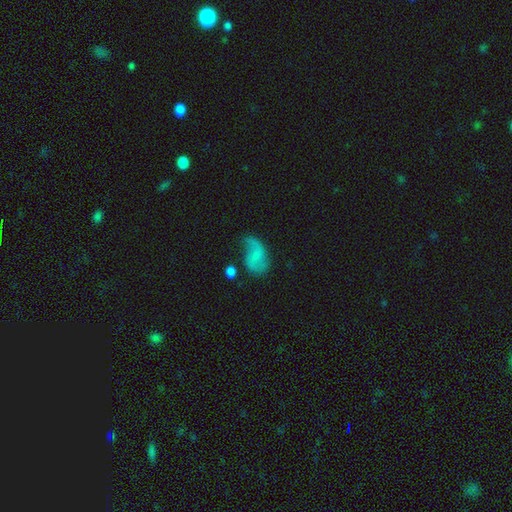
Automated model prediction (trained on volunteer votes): Smooth or featured? featured or disk (55%)
Edge-on disk? no (97%)
Bar? no (48%)
Spiral arms? yes (81%)
Bulge size? none (50%)
Merging? none (47%)